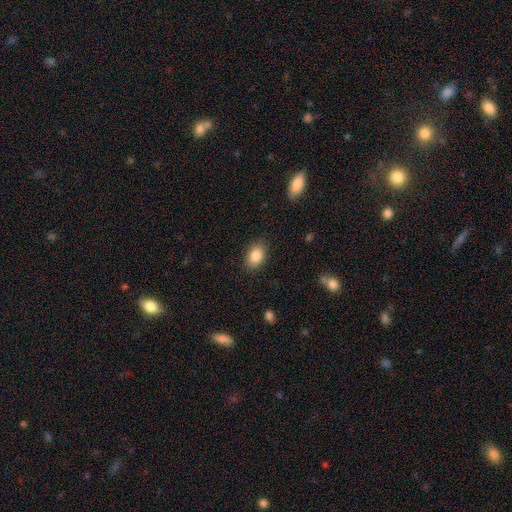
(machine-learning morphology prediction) Smooth or featured?
  - smooth: 86% *
  - star or artifact: 8%
  - featured or disk: 7%
How rounded?
  - in between: 84% *
  - round: 15%
  - cigar-shaped: 1%
Merging?
  - none: 86% *
  - minor disturbance: 10%
  - major disturbance: 3%
  - merger: 1%